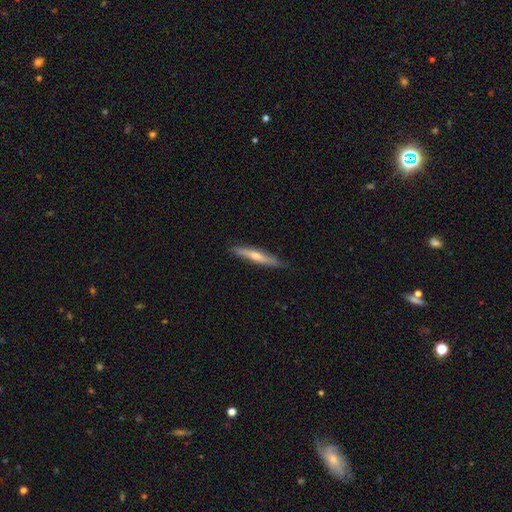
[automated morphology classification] This appears to be a featured or disk galaxy (57%) viewed edge-on (92%) with a rounded central bulge (81%). Merging: none (88%).